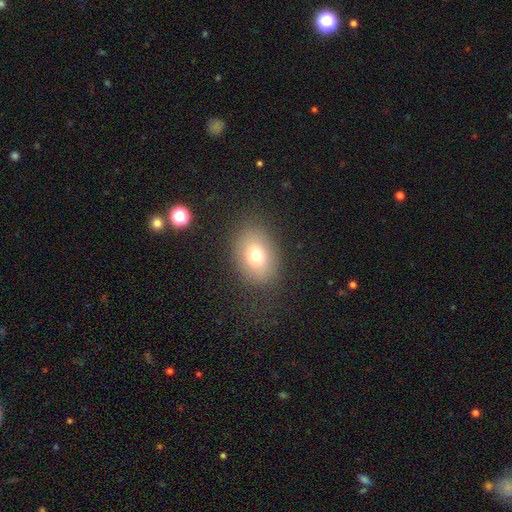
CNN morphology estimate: type=smooth (72%); roundness=in between (70%); merging=none (82%).